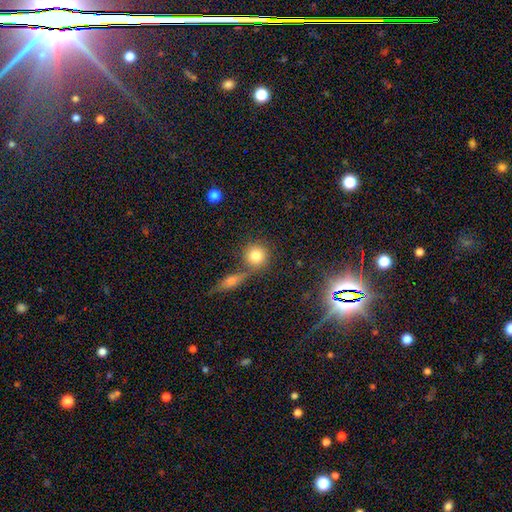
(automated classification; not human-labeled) This is likely a smooth galaxy (79%). How rounded: clearly round (88%). Merging: likely none (64%).